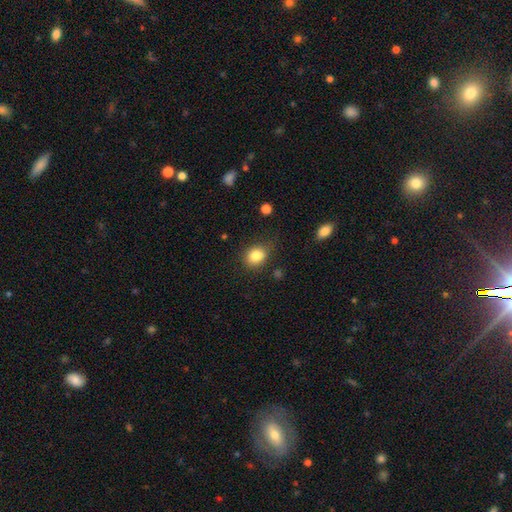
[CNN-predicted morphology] Smooth or featured: smooth — 84% (star or artifact — 10%)
How rounded: round — 56% (in between — 43%)
Merging: none — 71% (minor disturbance — 20%)